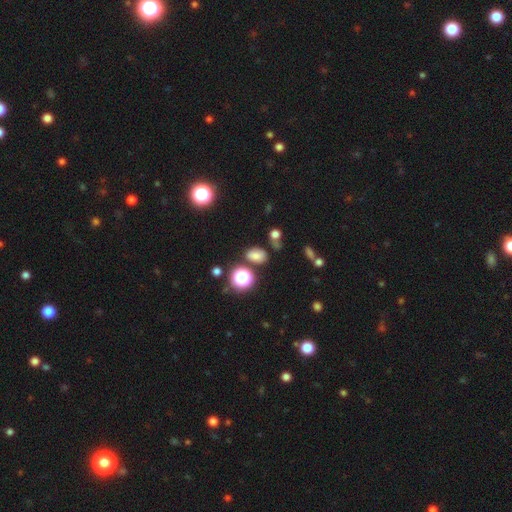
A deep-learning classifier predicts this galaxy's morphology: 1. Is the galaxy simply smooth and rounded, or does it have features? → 70% smooth, 22% star or artifact, 8% featured or disk.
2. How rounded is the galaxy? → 78% in between, 21% round, 2% cigar-shaped.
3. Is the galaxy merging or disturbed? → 71% none, 15% minor disturbance, 8% merger, 5% major disturbance.